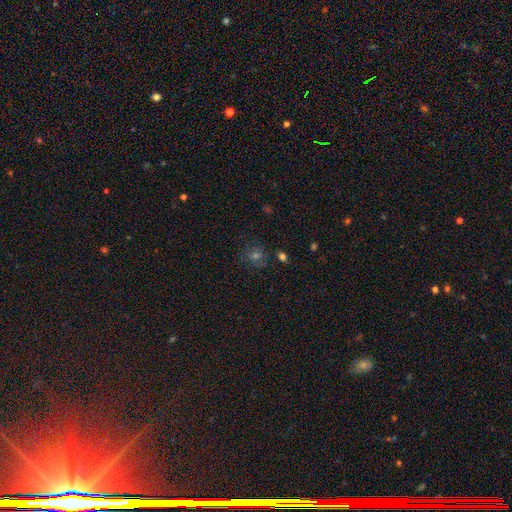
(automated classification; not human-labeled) Smooth or featured? Predicted: smooth (p=0.41). Merging? Predicted: none (p=0.77).